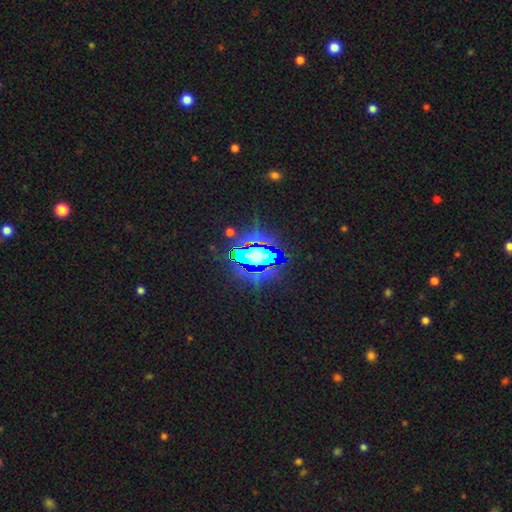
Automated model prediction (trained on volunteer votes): Smooth or featured? Predicted: star or artifact (p=0.64).